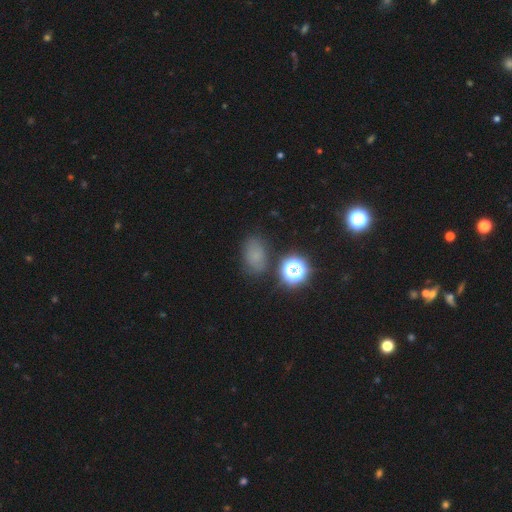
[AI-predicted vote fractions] A smooth galaxy with no disk features (65%) that is in between round and cigar-shaped (77%). Merging: none (76%).